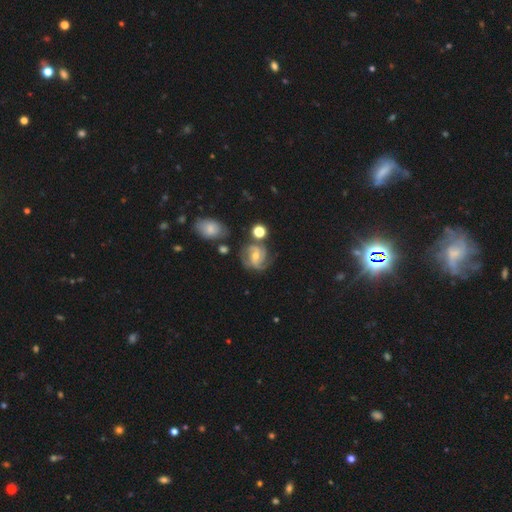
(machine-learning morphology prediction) Smooth or featured? Predicted: featured or disk (p=0.82). Edge-on disk? Predicted: no (p=0.98). Bar? Predicted: no (p=0.44). Spiral arms? Predicted: yes (p=0.96). Spiral winding? Predicted: medium (p=0.45). Spiral arm count? Predicted: 2 (p=0.38). Bulge size? Predicted: moderate (p=0.53). Merging? Predicted: none (p=0.66).